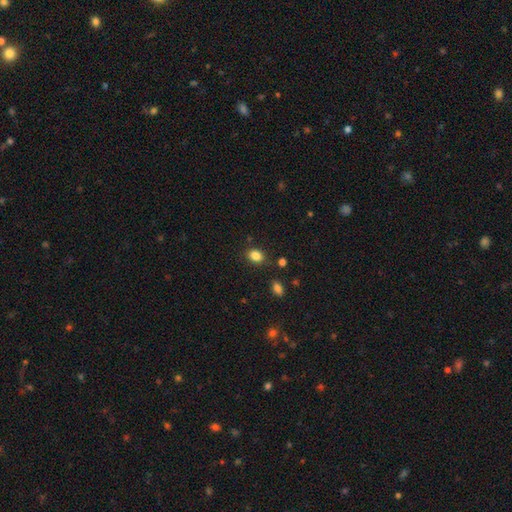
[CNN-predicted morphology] This appears to be a smooth galaxy with no disk features (85%) that is in between round and cigar-shaped (59%). Merging: none (82%).